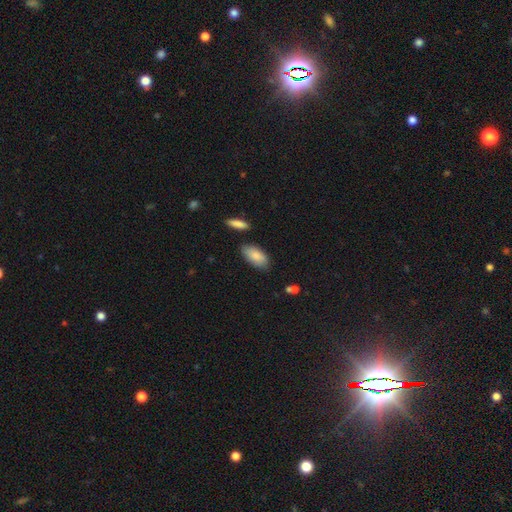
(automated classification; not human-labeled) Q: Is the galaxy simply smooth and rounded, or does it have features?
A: smooth — 86%.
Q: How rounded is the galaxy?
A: in between — 91%.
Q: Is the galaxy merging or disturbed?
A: none — 80%.